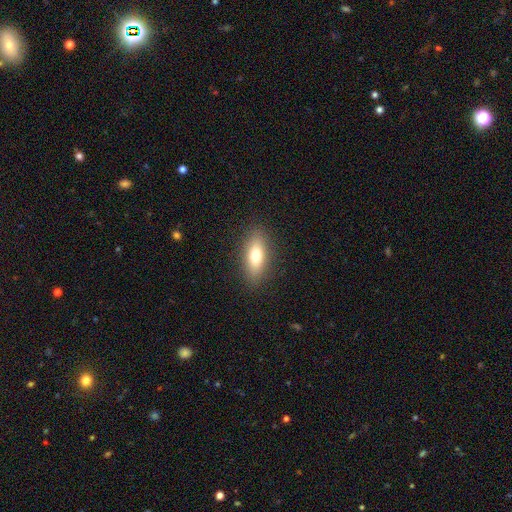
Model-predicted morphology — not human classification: smooth_or_featured: smooth (p=0.73) [alt: featured or disk p=0.19]
how_rounded: in between (p=0.69) [alt: cigar-shaped p=0.27]
merging: none (p=0.88) [alt: minor disturbance p=0.09]